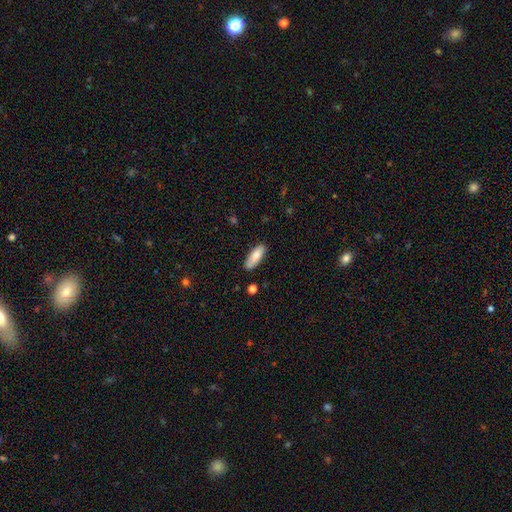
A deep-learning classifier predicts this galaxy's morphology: This appears to be a smooth galaxy with no disk features (83%) that is in between round and cigar-shaped (67%). Merging: none (78%).